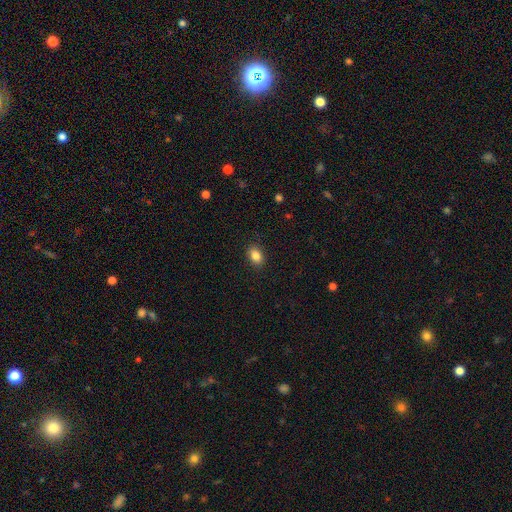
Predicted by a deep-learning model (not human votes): Smooth or featured?
  - smooth: 85% *
  - star or artifact: 9%
  - featured or disk: 6%
How rounded?
  - in between: 75% *
  - round: 24%
  - cigar-shaped: 1%
Merging?
  - none: 89% *
  - minor disturbance: 8%
  - major disturbance: 2%
  - merger: 1%